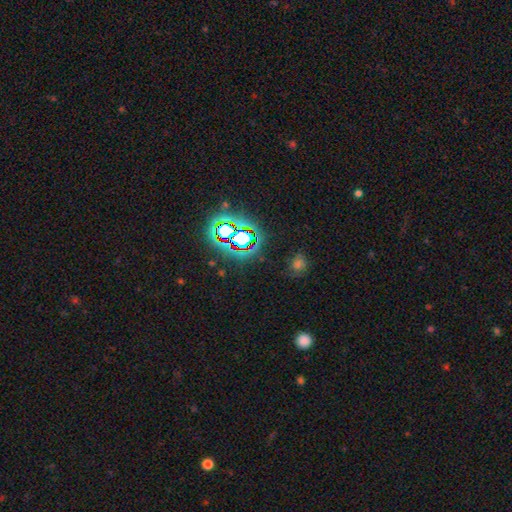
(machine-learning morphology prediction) smooth-or-featured: star or artifact: 73% | smooth: 18% | featured or disk: 9%